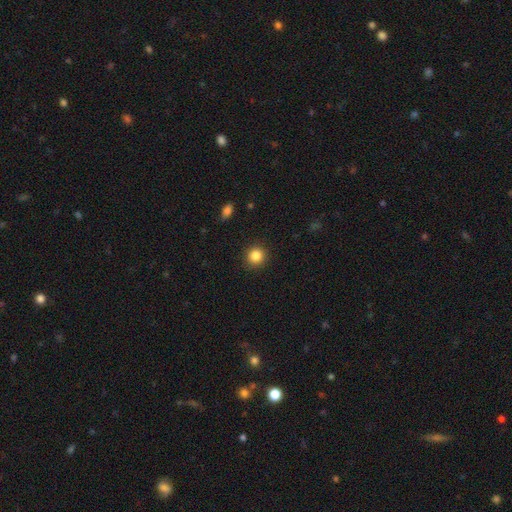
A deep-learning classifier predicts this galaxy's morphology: Smooth or featured? Predicted: smooth (p=0.85). How rounded? Predicted: round (p=0.90). Merging? Predicted: none (p=0.91).